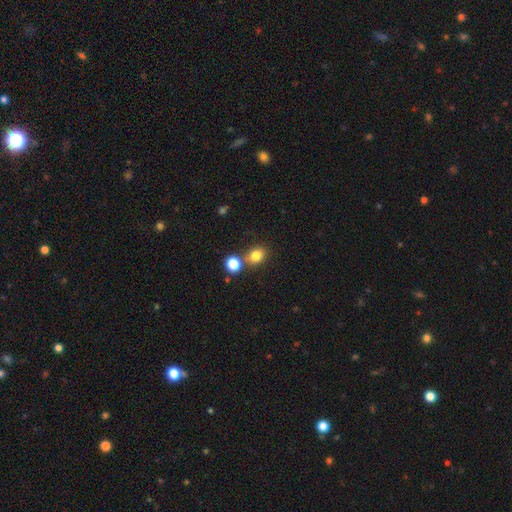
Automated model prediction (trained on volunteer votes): Overall: smooth (80%). How rounded: round (59%; in between 40%). Merging: none (65%).